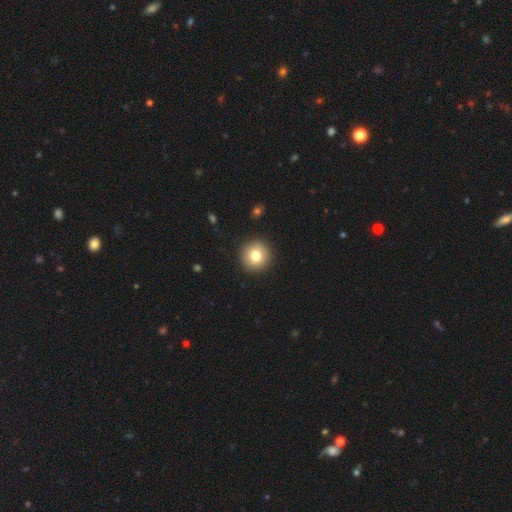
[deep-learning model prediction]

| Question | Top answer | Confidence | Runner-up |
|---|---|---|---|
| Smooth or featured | smooth | 78% | featured or disk (13%) |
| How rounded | round | 95% | in between (4%) |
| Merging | none | 92% | minor disturbance (5%) |